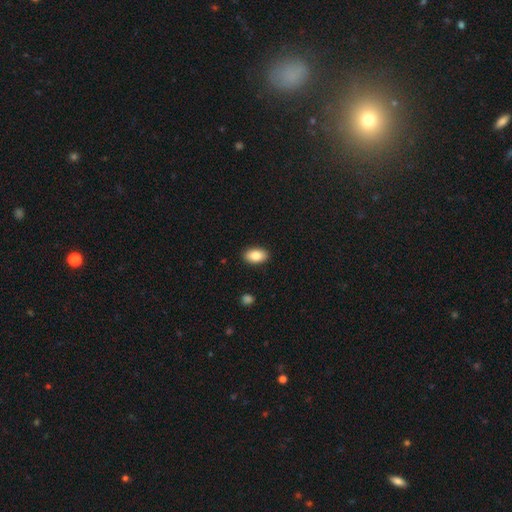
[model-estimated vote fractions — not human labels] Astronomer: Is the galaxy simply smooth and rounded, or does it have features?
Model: smooth — 85%.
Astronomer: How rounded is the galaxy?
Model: in between — 92%.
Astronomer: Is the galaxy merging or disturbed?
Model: none — 90%.